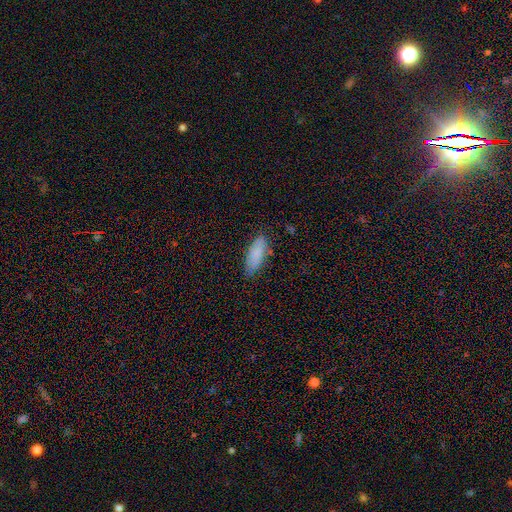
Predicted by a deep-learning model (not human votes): A smooth galaxy with no disk features (83%) that is in between round and cigar-shaped (76%).

Vote fractions:
- Smooth or featured? smooth: 83% / featured or disk: 10% / star or artifact: 7%
- How rounded? in between: 76% / cigar-shaped: 22% / round: 2%
- Merging? none: 72% / minor disturbance: 22% / major disturbance: 4% / merger: 2%